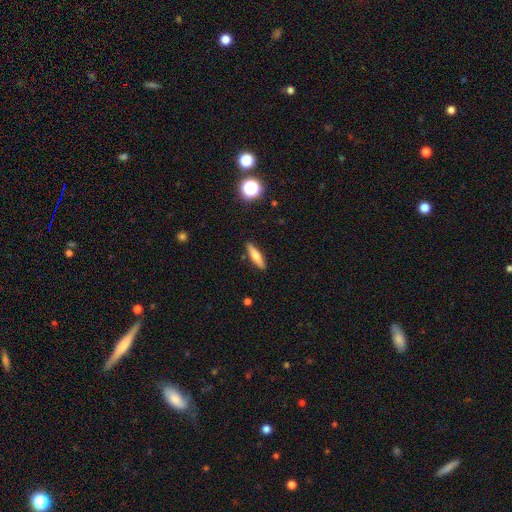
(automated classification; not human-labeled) Smooth or featured? smooth (60%)
How rounded? cigar-shaped (75%)
Merging? none (89%)